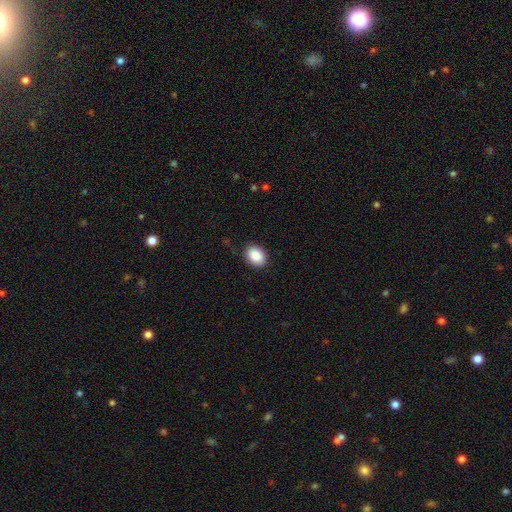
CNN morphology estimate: smooth_or_featured: smooth (p=0.88) [alt: star or artifact p=0.08]
how_rounded: in between (p=0.66) [alt: round p=0.33]
merging: none (p=0.87) [alt: minor disturbance p=0.09]